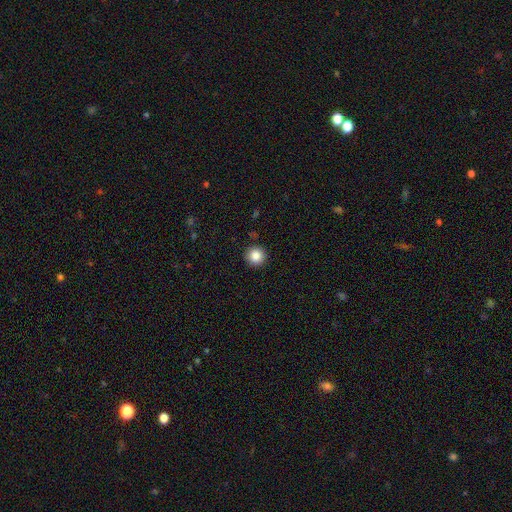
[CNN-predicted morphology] Overall: smooth (85%). How rounded: round (95%). Merging: none (92%).